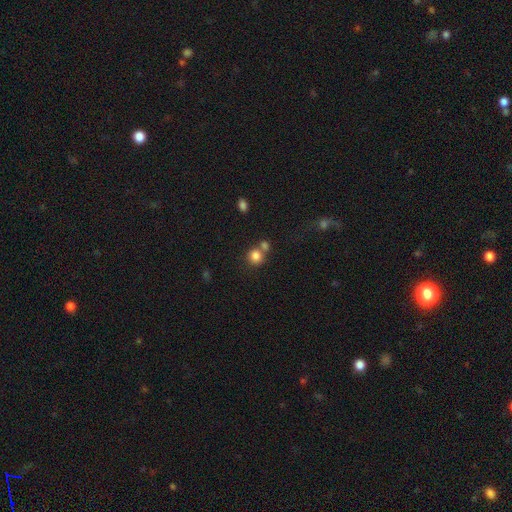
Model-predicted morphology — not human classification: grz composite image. It shows a smooth galaxy with no disk features (82%) that is round (87%). Merging: none (55%).